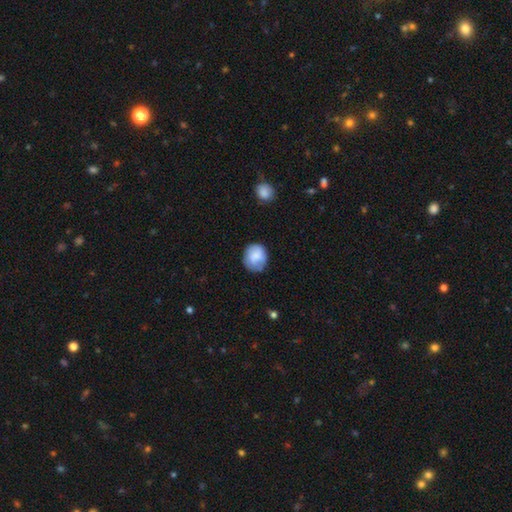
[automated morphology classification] smooth_or_featured: smooth (p=0.78) [alt: featured or disk p=0.15]
how_rounded: round (p=0.73) [alt: in between p=0.27]
merging: none (p=0.72) [alt: minor disturbance p=0.21]